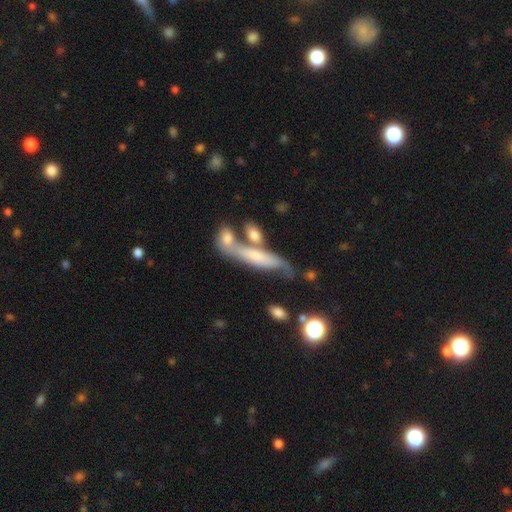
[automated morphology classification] featured or disk 47%, smooth 45%, star or artifact 9%. Down the decision tree: merging — none (42%).